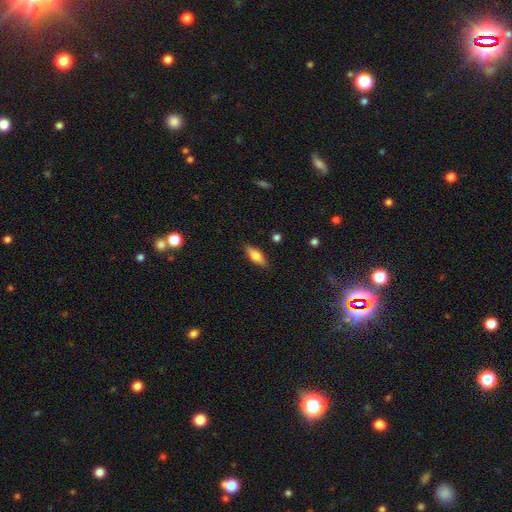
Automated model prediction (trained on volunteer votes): Overall: smooth (67%). How rounded: in between (66%; cigar-shaped 31%). Merging: none (86%).